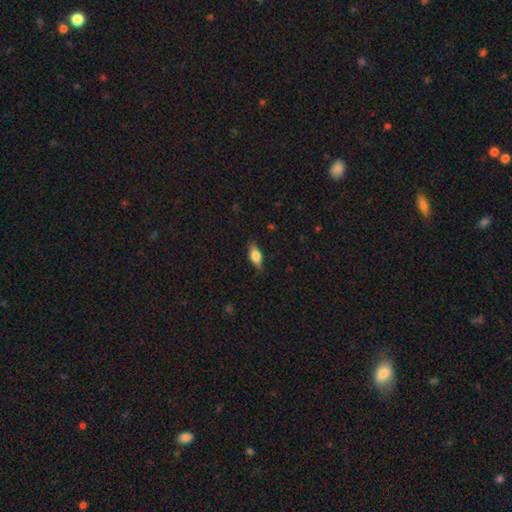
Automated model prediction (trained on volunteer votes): Smooth or featured: smooth — 61% (featured or disk — 31%)
How rounded: in between — 75% (cigar-shaped — 20%)
Merging: none — 83% (minor disturbance — 13%)